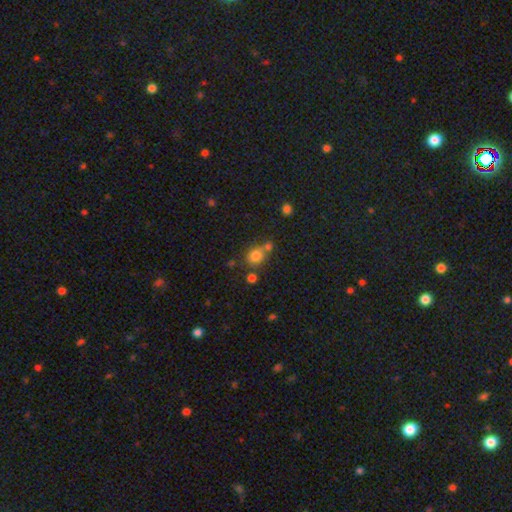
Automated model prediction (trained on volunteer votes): Smooth or featured? smooth (78%)
How rounded? round (72%)
Merging? none (50%)